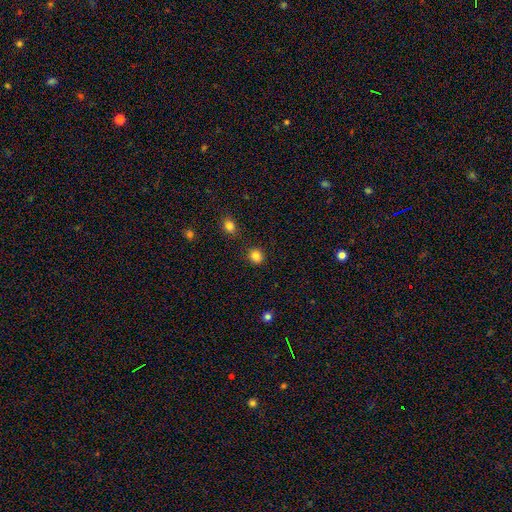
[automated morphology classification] This appears to be a smooth galaxy with no disk features (85%) that is round (76%). Merging: none (84%).